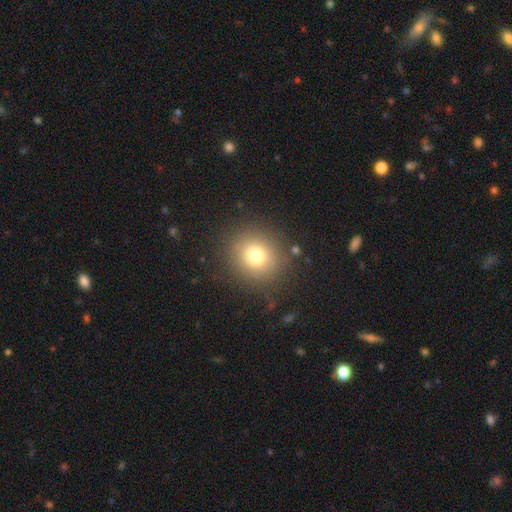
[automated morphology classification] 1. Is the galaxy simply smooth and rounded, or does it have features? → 76% smooth, 13% star or artifact, 11% featured or disk.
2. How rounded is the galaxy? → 85% round, 14% in between, 1% cigar-shaped.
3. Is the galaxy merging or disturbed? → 86% none, 9% minor disturbance, 4% major disturbance, 2% merger.